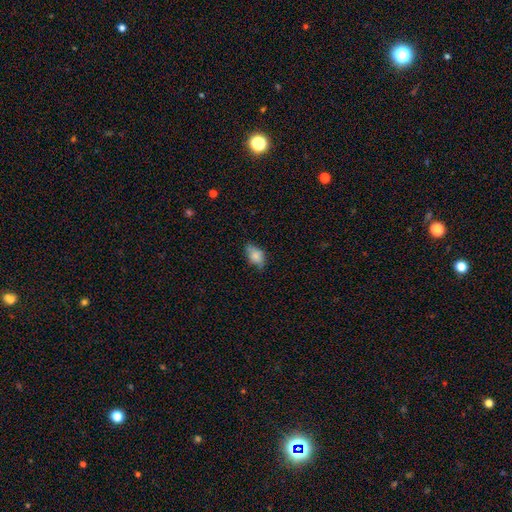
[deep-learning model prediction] A smooth galaxy with no disk features (79%) that is in between round and cigar-shaped (88%). Merging: none (58%).